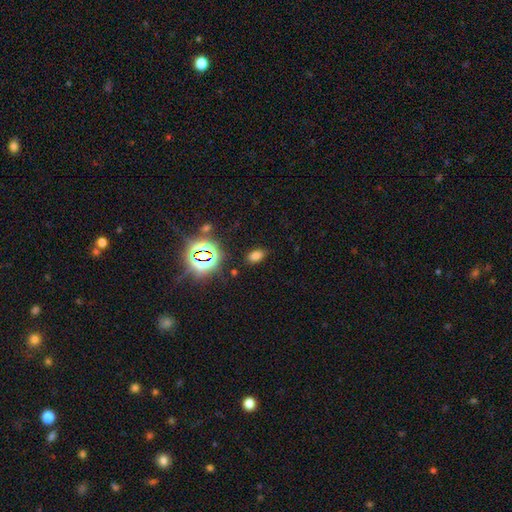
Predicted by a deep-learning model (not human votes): Morphology: type=smooth (67%); roundness=in between (87%); merging=none (83%).